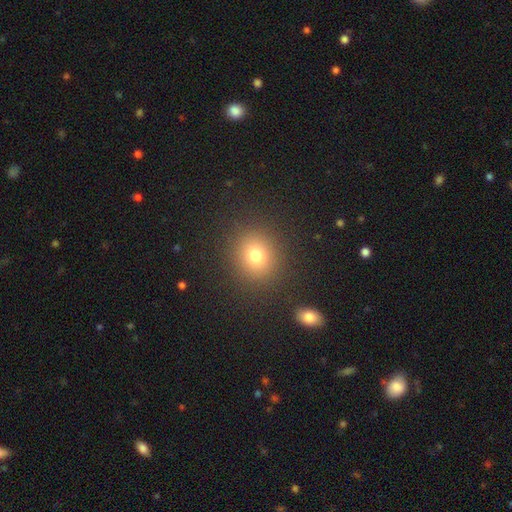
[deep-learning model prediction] Smooth or featured: smooth — 76% (star or artifact — 15%)
How rounded: round — 83% (in between — 16%)
Merging: none — 88% (minor disturbance — 7%)